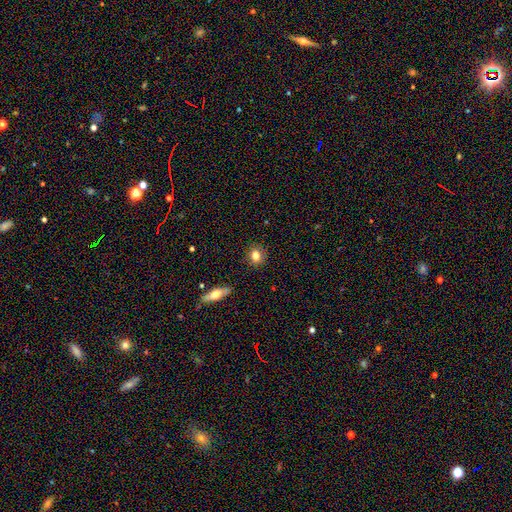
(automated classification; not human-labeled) A smooth galaxy with no disk features (79%) that is round (67%). Merging: none (87%).